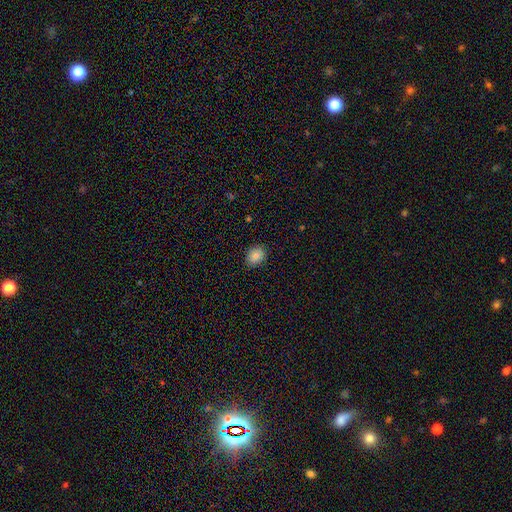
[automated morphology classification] Q: Smooth or featured?
A: smooth (86%); runner-up: star or artifact (9%)
Q: How rounded?
A: in between (52%); runner-up: round (47%)
Q: Merging?
A: none (87%); runner-up: minor disturbance (10%)